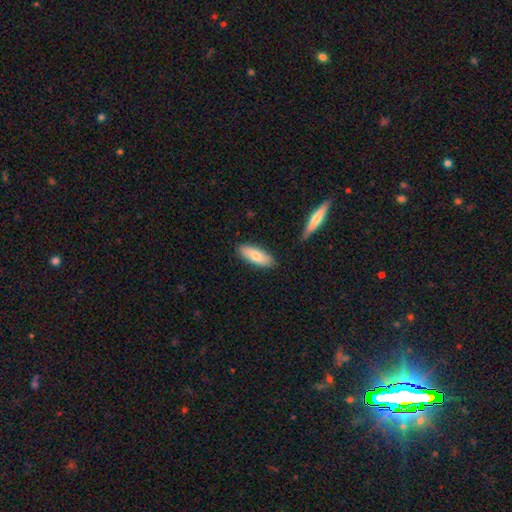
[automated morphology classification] type=smooth (77%); roundness=in between (67%); merging=none (84%).